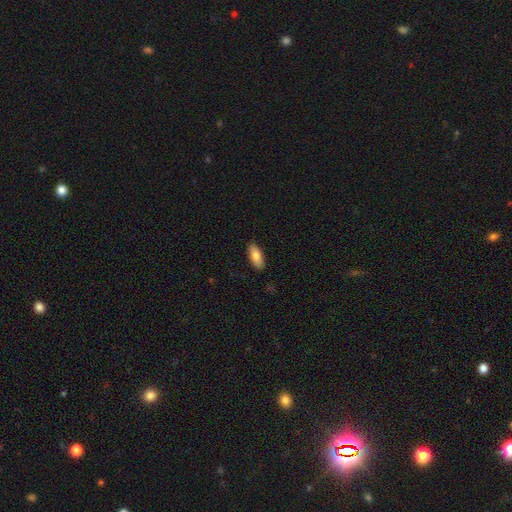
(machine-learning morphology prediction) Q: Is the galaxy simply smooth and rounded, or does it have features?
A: smooth — 81%.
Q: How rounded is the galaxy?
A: in between — 80%.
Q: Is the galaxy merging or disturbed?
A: none — 89%.